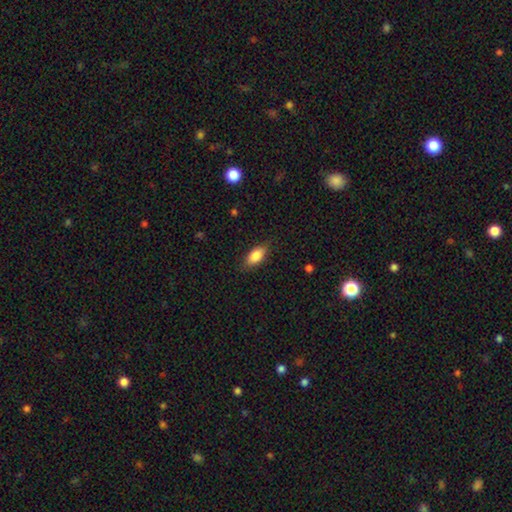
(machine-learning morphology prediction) Overall: smooth (83%). How rounded: in between (85%). Merging: none (82%).